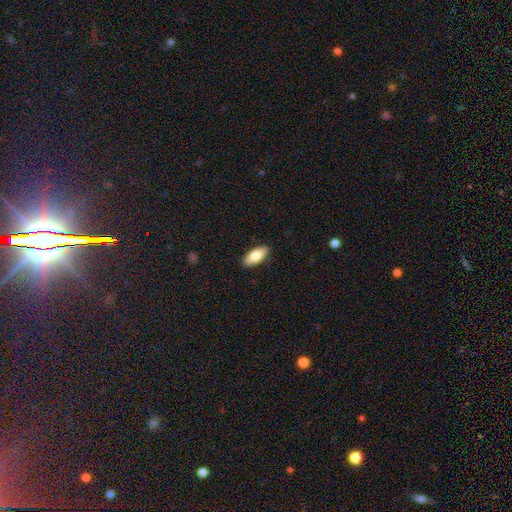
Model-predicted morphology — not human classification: The model was most divided on "smooth or featured": smooth: 80%, featured or disk: 14%, star or artifact: 6%. More confident: merging — none (89%); how rounded — in between (86%).